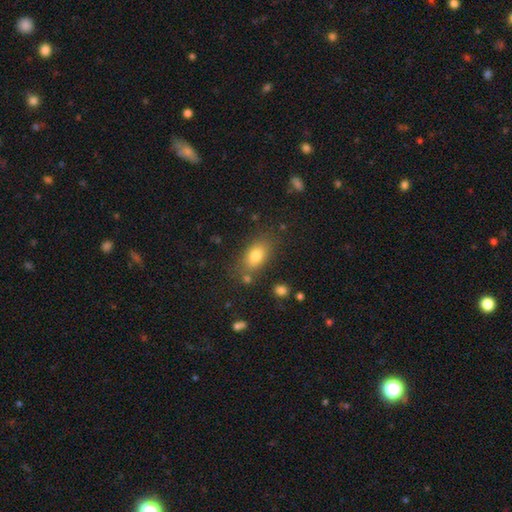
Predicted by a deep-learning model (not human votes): Q: Smooth or featured?
A: smooth (78%); runner-up: featured or disk (12%)
Q: How rounded?
A: in between (83%); runner-up: round (12%)
Q: Merging?
A: none (76%); runner-up: minor disturbance (14%)